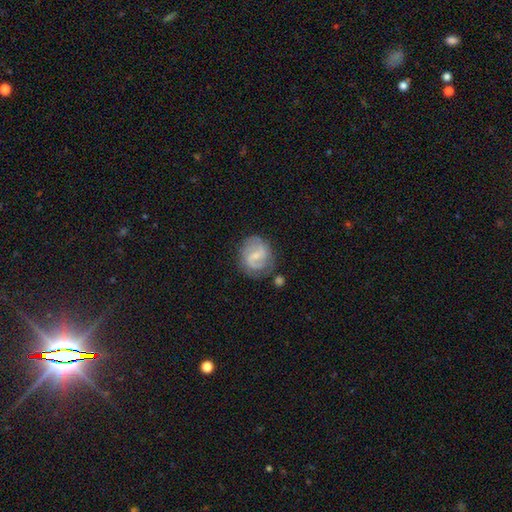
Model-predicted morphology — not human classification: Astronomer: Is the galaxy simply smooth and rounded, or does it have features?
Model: featured or disk — 74%.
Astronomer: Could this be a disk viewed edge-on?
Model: no — 98%.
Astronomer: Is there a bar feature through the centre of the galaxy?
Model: weak — 57%.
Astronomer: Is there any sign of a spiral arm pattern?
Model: yes — 93%.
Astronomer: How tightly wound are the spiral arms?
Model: medium — 49% (runner-up: loose, 30%).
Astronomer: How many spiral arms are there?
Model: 2 — 84%.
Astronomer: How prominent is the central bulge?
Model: small — 63%.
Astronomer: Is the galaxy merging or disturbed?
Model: none — 70%.